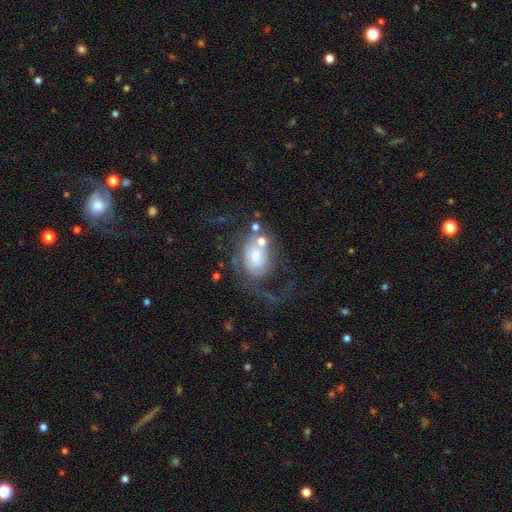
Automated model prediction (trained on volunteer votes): Overall: featured or disk (68%). Edge-on disk: no (96%). Bar: no (64%; weak 29%). Spiral arms: yes (74%). Bulge size: moderate (57%; small 33%). Merging: major disturbance (35%; none 29%).